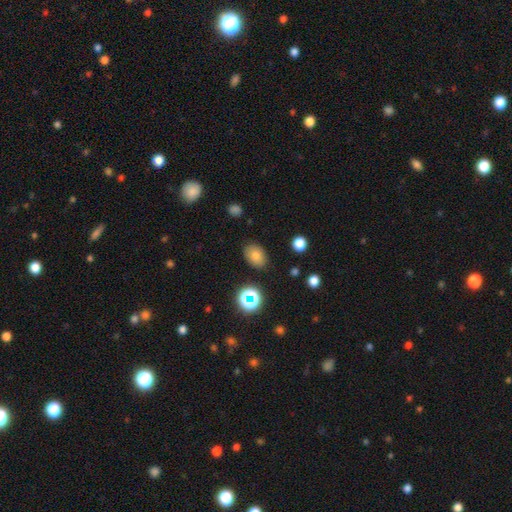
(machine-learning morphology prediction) smooth 77%, star or artifact 14%, featured or disk 10%. Down the decision tree: how rounded — in between (78%); merging — none (83%).